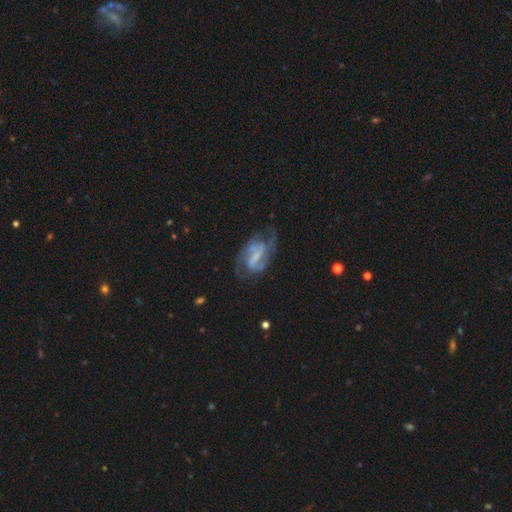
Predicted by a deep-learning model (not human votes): Smooth or featured? featured or disk (82%)
Edge-on disk? no (97%)
Bar? weak (42%)
Spiral arms? yes (92%)
Spiral winding? medium (51%)
Spiral arm count? 2 (76%)
Bulge size? none (42%)
Merging? none (58%)